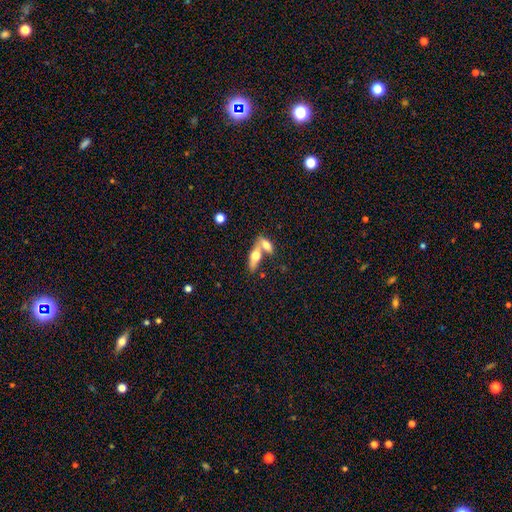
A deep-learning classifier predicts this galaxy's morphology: Smooth or featured? smooth (57%)
How rounded? in between (61%)
Merging? merger (57%)